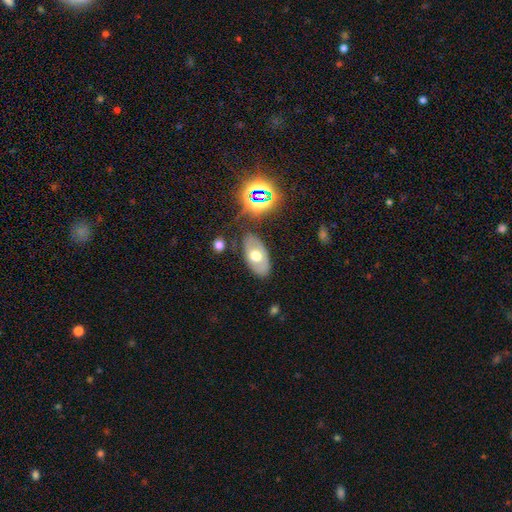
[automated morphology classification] Overall: smooth (49%; featured or disk 40%). Merging: none (76%).